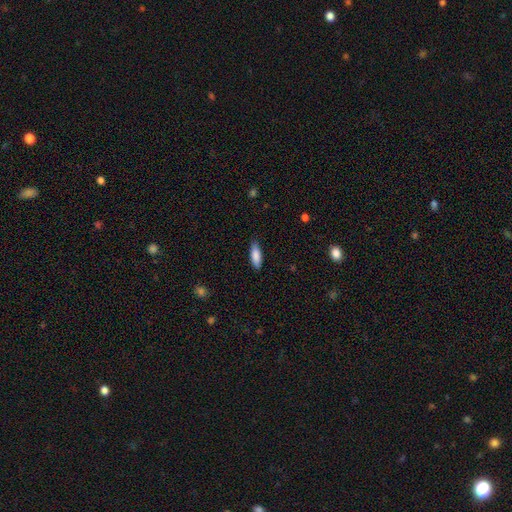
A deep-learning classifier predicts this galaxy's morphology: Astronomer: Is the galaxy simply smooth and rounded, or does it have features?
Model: smooth — 86%.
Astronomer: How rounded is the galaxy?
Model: in between — 60% (runner-up: cigar-shaped, 38%).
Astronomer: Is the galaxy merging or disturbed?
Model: none — 85%.